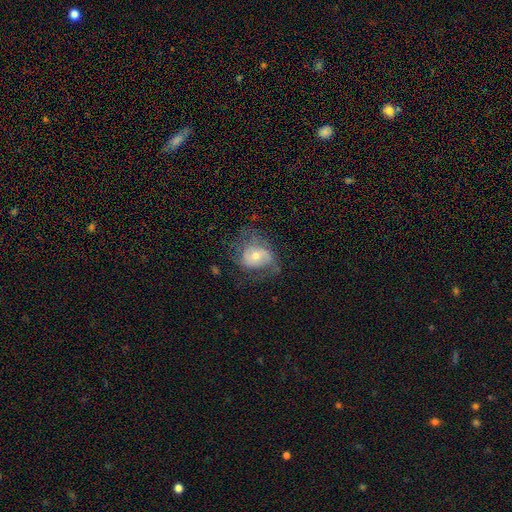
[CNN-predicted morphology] Smooth or featured? Predicted: featured or disk (p=0.61). Edge-on disk? Predicted: no (p=0.96). Bar? Predicted: no (p=0.65). Spiral arms? Predicted: yes (p=0.77). Bulge size? Predicted: moderate (p=0.57). Merging? Predicted: none (p=0.46).